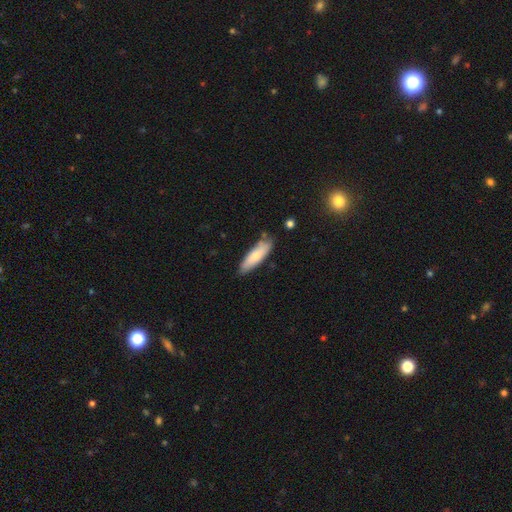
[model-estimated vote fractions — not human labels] Smooth or featured?
  - smooth: 72% *
  - featured or disk: 23%
  - star or artifact: 6%
How rounded?
  - cigar-shaped: 54% *
  - in between: 44%
  - round: 2%
Merging?
  - none: 76% *
  - minor disturbance: 17%
  - merger: 4%
  - major disturbance: 3%